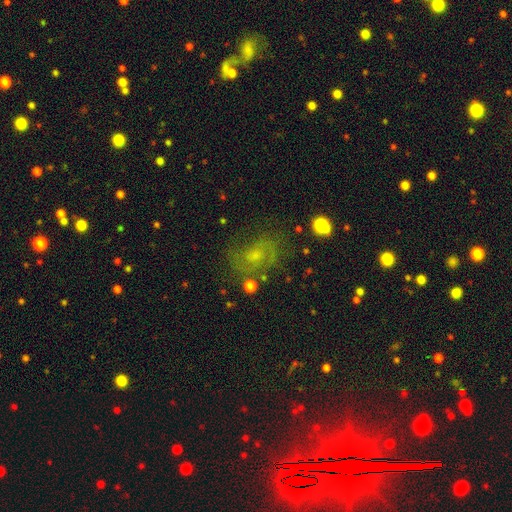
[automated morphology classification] Smooth or featured? Predicted: featured or disk (p=0.53). Edge-on disk? Predicted: no (p=0.97). Bar? Predicted: no (p=0.64). Spiral arms? Predicted: yes (p=0.81). Bulge size? Predicted: small (p=0.49). Merging? Predicted: none (p=0.64).